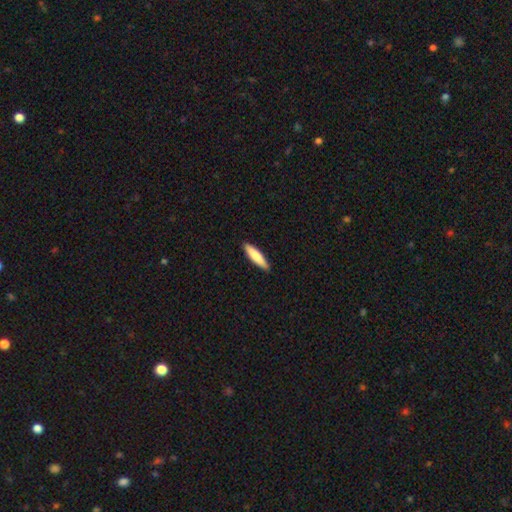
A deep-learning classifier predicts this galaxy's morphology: This is likely a smooth galaxy (78%). How rounded: likely cigar-shaped (79%). Merging: clearly none (90%).